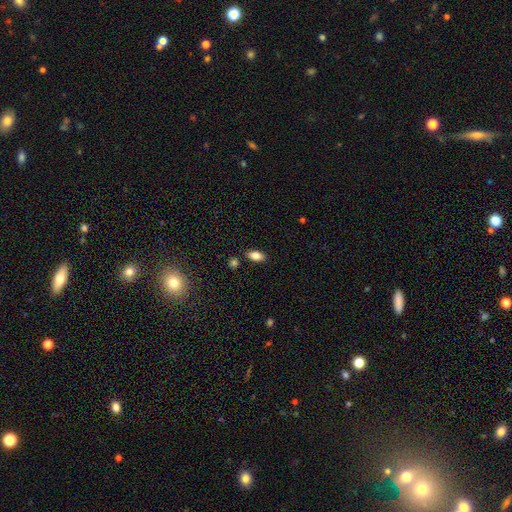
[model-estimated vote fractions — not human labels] smooth-or-featured: smooth: 81% | featured or disk: 11% | star or artifact: 9%
  how-rounded: in between: 89% | cigar-shaped: 6% | round: 4%
  merging: none: 84% | minor disturbance: 10% | merger: 4% | major disturbance: 2%